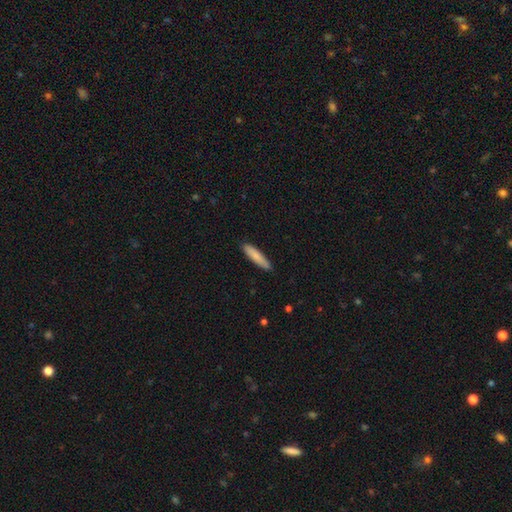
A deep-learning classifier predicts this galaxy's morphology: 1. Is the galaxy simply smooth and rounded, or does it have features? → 83% smooth, 12% featured or disk, 5% star or artifact.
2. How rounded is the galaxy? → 84% cigar-shaped, 15% in between, 1% round.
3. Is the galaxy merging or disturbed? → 89% none, 8% minor disturbance, 1% major disturbance, 1% merger.